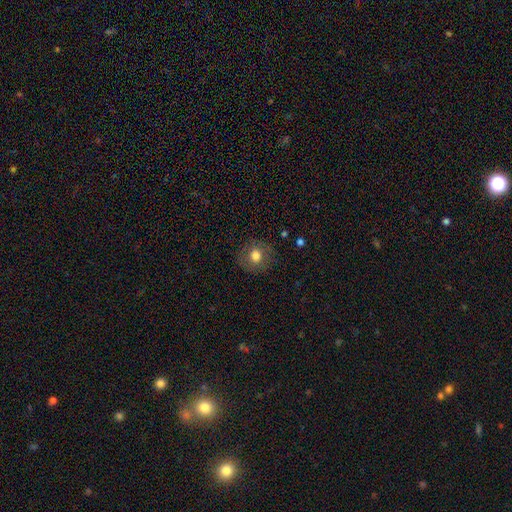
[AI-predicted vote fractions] Q: Smooth or featured?
A: smooth (74%); runner-up: featured or disk (16%)
Q: How rounded?
A: round (86%); runner-up: in between (13%)
Q: Merging?
A: none (85%); runner-up: minor disturbance (10%)